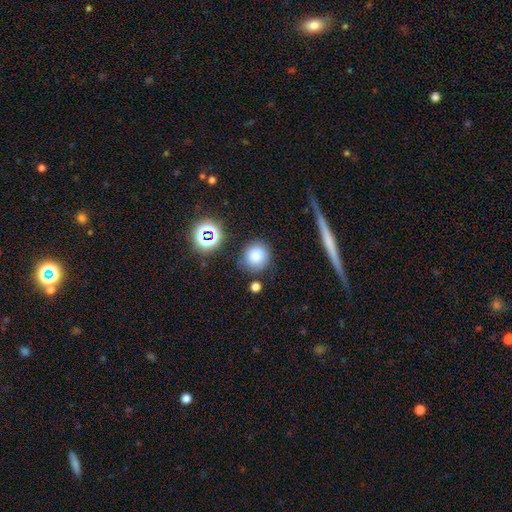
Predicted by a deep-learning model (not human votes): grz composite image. It shows a smooth galaxy with no disk features (80%) that is round (88%). Merging: none (80%).